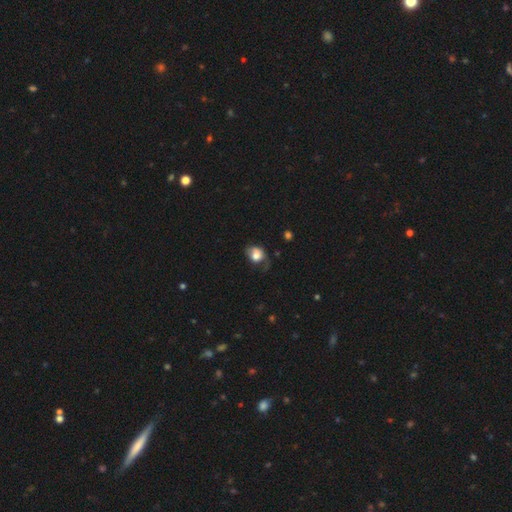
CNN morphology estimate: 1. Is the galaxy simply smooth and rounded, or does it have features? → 72% smooth, 20% featured or disk, 8% star or artifact.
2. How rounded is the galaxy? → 51% in between, 48% round, 1% cigar-shaped.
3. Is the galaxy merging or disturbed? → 34% none, 33% minor disturbance, 30% major disturbance, 3% merger.